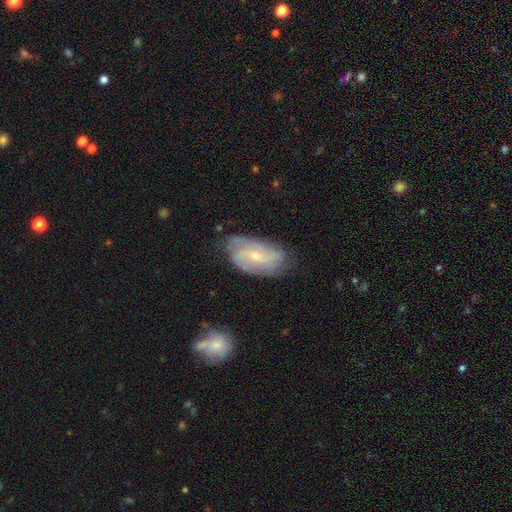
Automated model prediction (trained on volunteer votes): This is likely a featured or disk galaxy (72%). It is clearly not viewed edge-on (96%). Bar: marginally weak (45%, tied with no). Spiral arm pattern: clearly yes (91%). Spiral arm count: possibly 2 (48%). Spiral winding: marginally medium (43%). Central bulge: likely small (69%). Merging: likely none (68%).